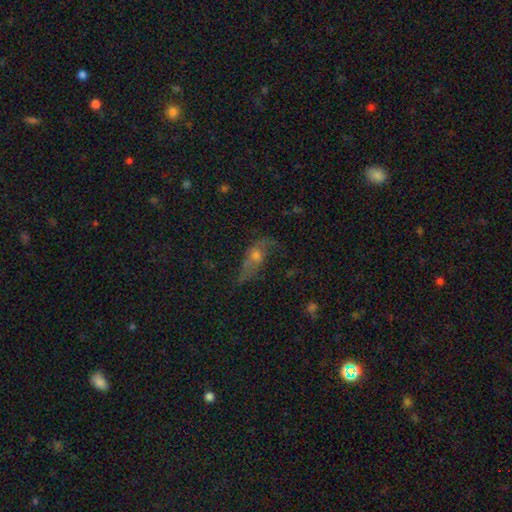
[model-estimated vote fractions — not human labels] Smooth or featured? Predicted: featured or disk (p=0.46). Merging? Predicted: none (p=0.40).